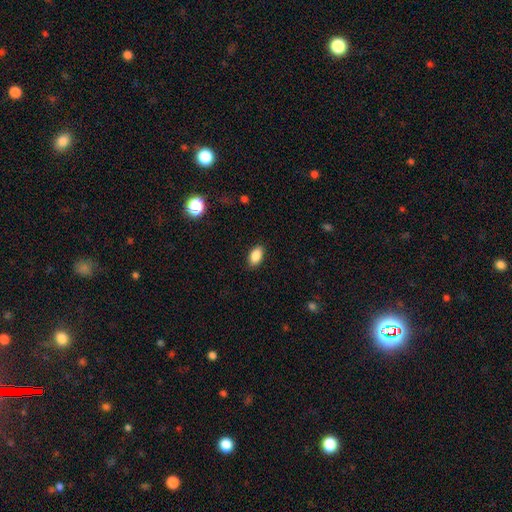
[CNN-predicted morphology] Smooth or featured?
  - smooth: 88% *
  - star or artifact: 8%
  - featured or disk: 5%
How rounded?
  - in between: 92% *
  - round: 5%
  - cigar-shaped: 3%
Merging?
  - none: 87% *
  - minor disturbance: 9%
  - major disturbance: 2%
  - merger: 1%